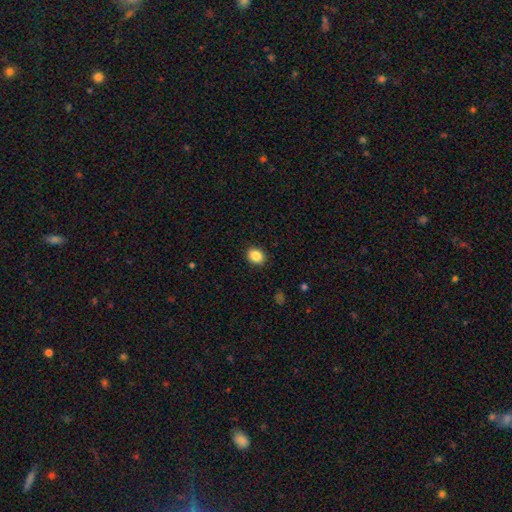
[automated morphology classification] Smooth or featured? Predicted: smooth (p=0.88). How rounded? Predicted: in between (p=0.51). Merging? Predicted: none (p=0.90).